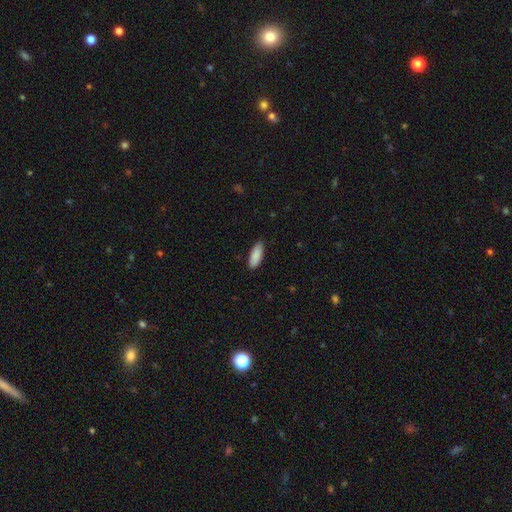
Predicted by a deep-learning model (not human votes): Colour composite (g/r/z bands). It shows a smooth galaxy with no disk features (90%) that is in between round and cigar-shaped (71%). Merging: none (85%).